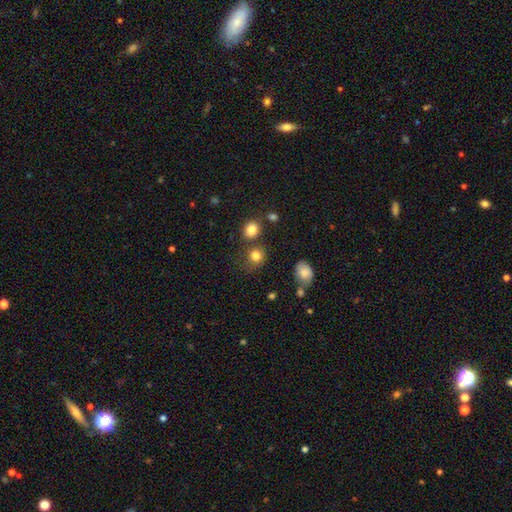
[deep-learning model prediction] The model was most divided on "merging": none: 64%, minor disturbance: 15%, merger: 14%, major disturbance: 7%. More confident: smooth or featured — smooth (82%); how rounded — round (78%).